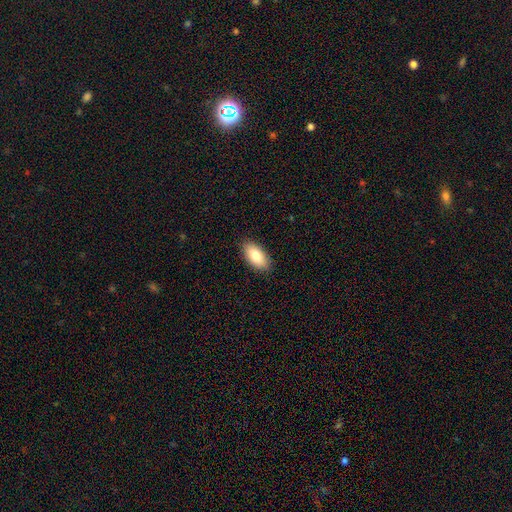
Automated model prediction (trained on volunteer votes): smooth_or_featured: smooth (p=0.84) [alt: featured or disk p=0.09]
how_rounded: in between (p=0.93) [alt: cigar-shaped p=0.05]
merging: none (p=0.88) [alt: minor disturbance p=0.09]